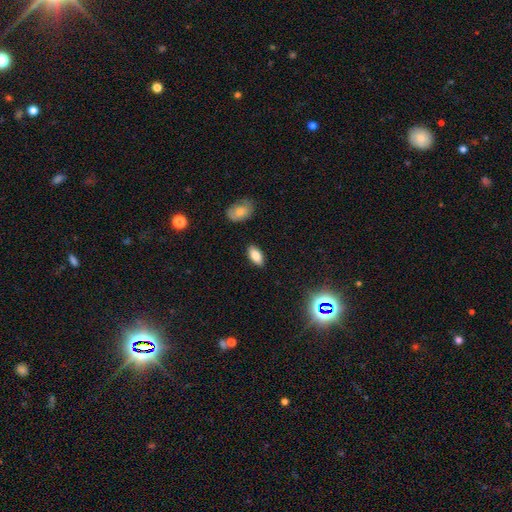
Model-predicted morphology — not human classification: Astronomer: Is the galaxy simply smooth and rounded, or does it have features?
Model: smooth — 81%.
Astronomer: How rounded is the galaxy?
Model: in between — 90%.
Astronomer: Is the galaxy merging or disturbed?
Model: none — 87%.